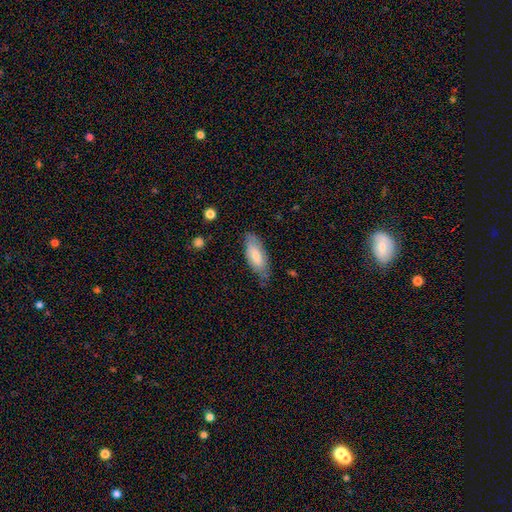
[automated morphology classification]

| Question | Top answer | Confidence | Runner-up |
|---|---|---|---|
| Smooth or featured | smooth | 73% | featured or disk (22%) |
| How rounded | in between | 75% | cigar-shaped (23%) |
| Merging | none | 72% | minor disturbance (22%) |